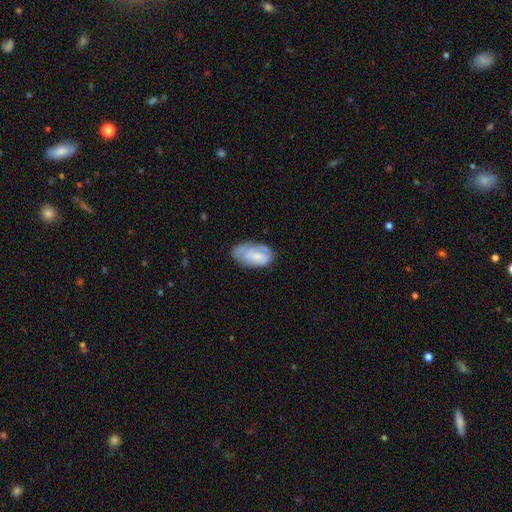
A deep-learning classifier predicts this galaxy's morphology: A smooth galaxy with no disk features (57%) that is in between round and cigar-shaped (93%). Merging: none (52%).